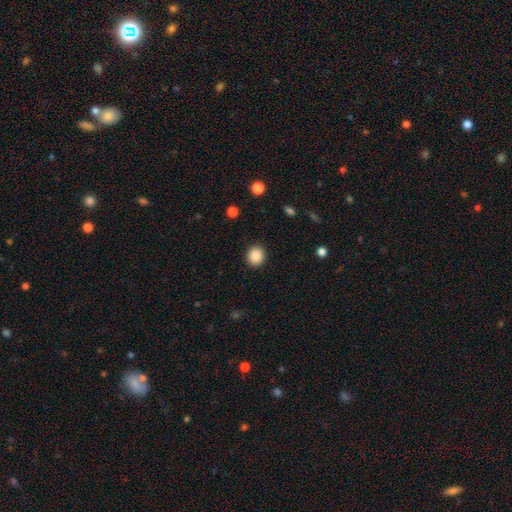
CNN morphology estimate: smooth-or-featured: smooth: 88% | star or artifact: 9% | featured or disk: 3%
  how-rounded: round: 81% | in between: 18% | cigar-shaped: 1%
  merging: none: 91% | minor disturbance: 6% | major disturbance: 2% | merger: 1%